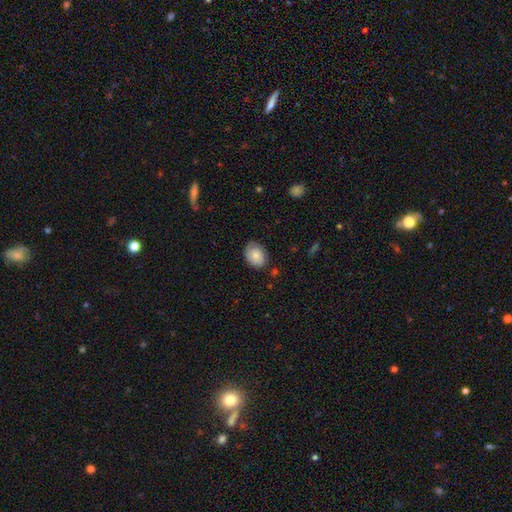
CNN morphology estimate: Smooth or featured? smooth (82%)
How rounded? in between (72%)
Merging? none (75%)